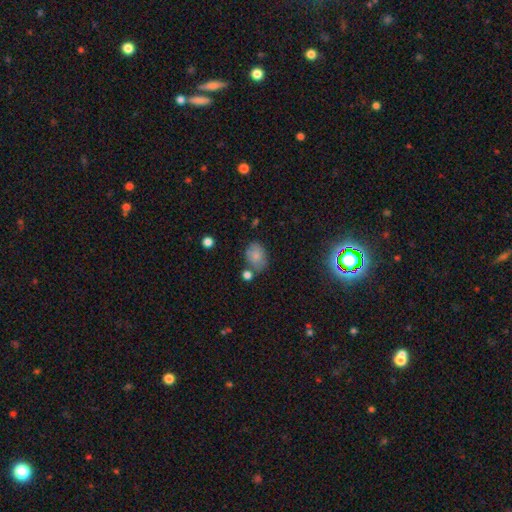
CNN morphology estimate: Q: Smooth or featured?
A: smooth (78%); runner-up: featured or disk (13%)
Q: How rounded?
A: in between (77%); runner-up: round (22%)
Q: Merging?
A: none (62%); runner-up: minor disturbance (20%)